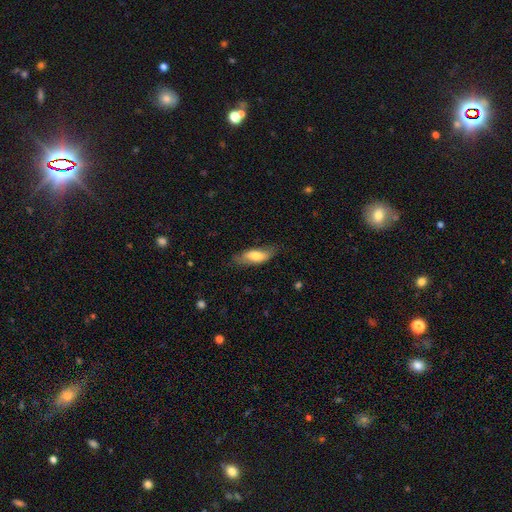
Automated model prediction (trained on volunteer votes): smooth_or_featured: smooth (p=0.69) [alt: featured or disk p=0.25]
how_rounded: in between (p=0.69) [alt: cigar-shaped p=0.28]
merging: none (p=0.69) [alt: minor disturbance p=0.23]